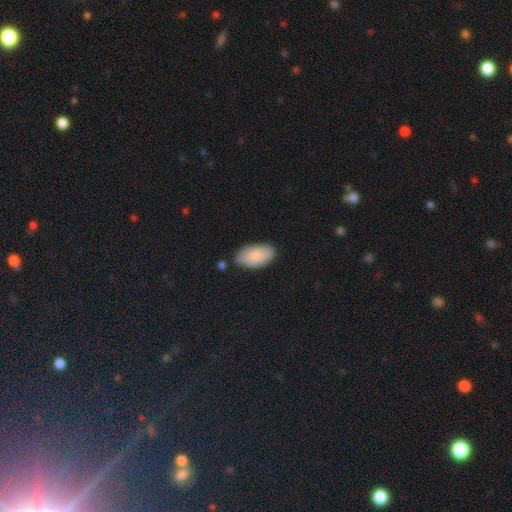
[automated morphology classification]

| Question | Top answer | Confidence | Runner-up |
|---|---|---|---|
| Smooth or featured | smooth | 87% | featured or disk (7%) |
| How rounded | in between | 95% | cigar-shaped (3%) |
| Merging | none | 76% | minor disturbance (17%) |